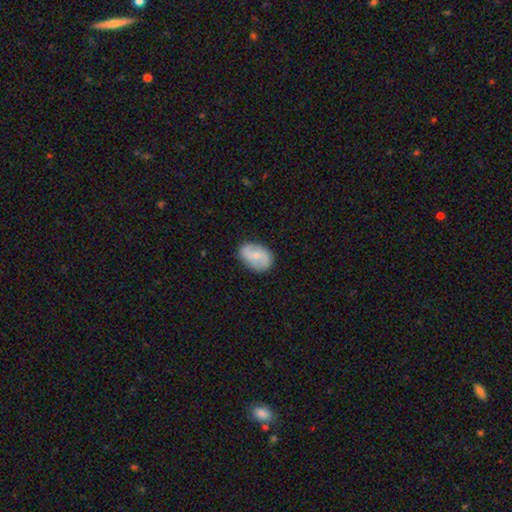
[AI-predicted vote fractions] Q: Smooth or featured?
A: smooth (49%); runner-up: featured or disk (44%)
Q: Merging?
A: none (82%); runner-up: minor disturbance (14%)